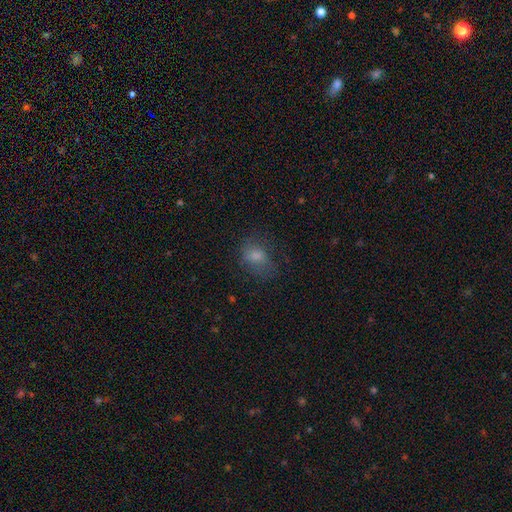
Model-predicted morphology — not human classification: Q: Smooth or featured?
A: smooth (65%); runner-up: featured or disk (18%)
Q: How rounded?
A: in between (56%); runner-up: round (42%)
Q: Merging?
A: none (64%); runner-up: minor disturbance (21%)